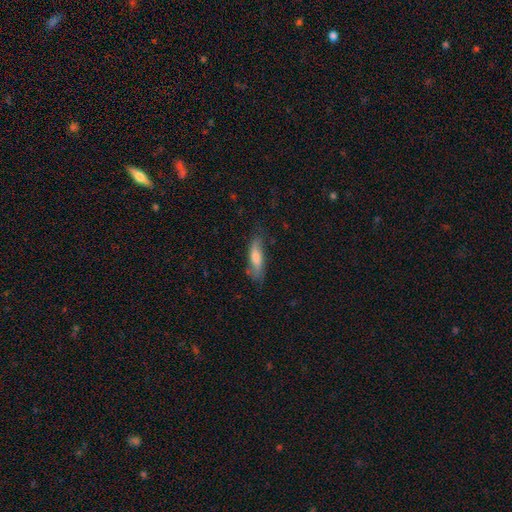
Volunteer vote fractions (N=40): Overall: smooth (62%; featured or disk 30%). How rounded: cigar-shaped (72%). Merging: none (46%; minor disturbance 41%).